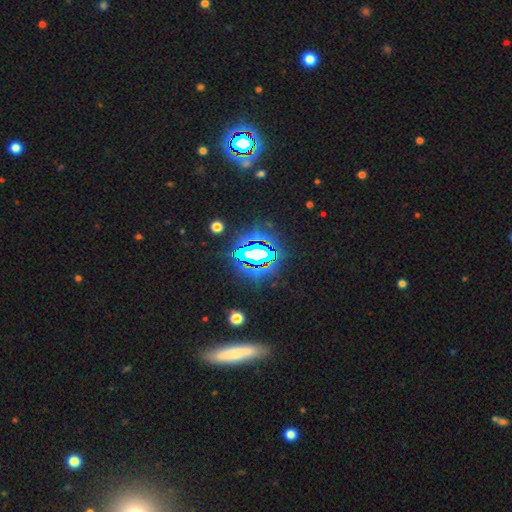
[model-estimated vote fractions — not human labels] The model was most divided on "smooth or featured": star or artifact: 72%, smooth: 14%, featured or disk: 13%.